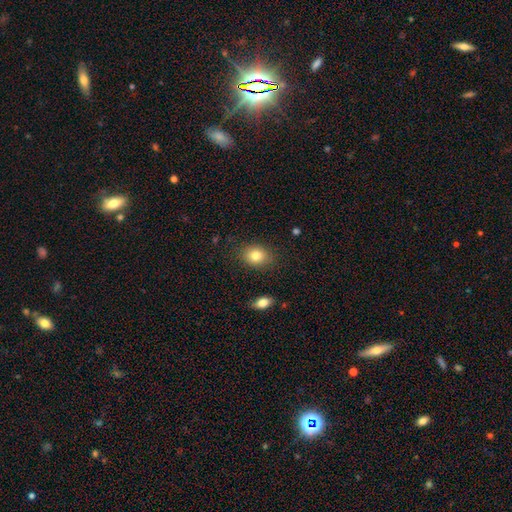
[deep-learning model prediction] smooth-or-featured: smooth: 81% | featured or disk: 10% | star or artifact: 9%
  how-rounded: in between: 62% | round: 37% | cigar-shaped: 1%
  merging: none: 84% | minor disturbance: 11% | major disturbance: 3% | merger: 2%